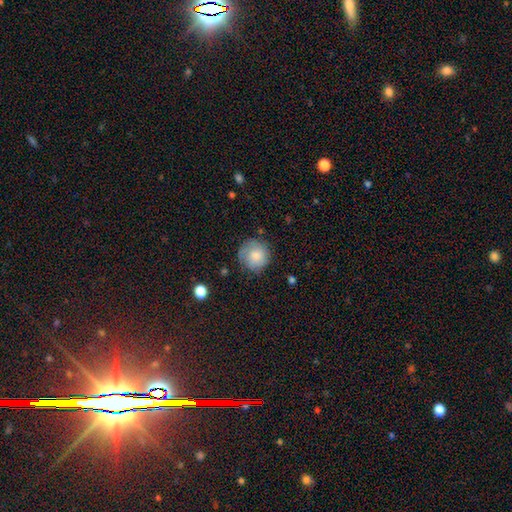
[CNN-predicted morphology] smooth 76%, featured or disk 16%, star or artifact 8%. Down the decision tree: how rounded — round (93%); merging — none (73%).